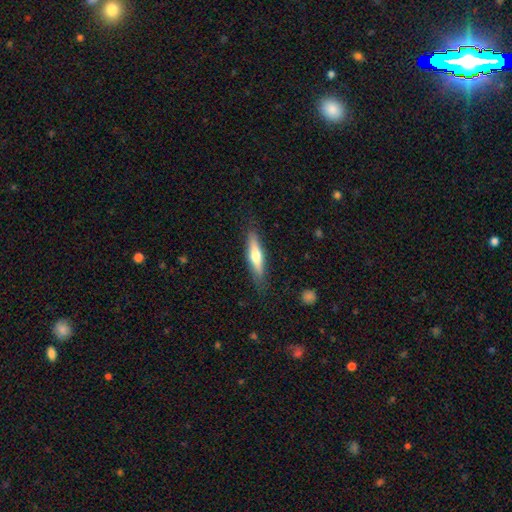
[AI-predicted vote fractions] This is possibly a smooth galaxy (50%). Merging: clearly none (83%).